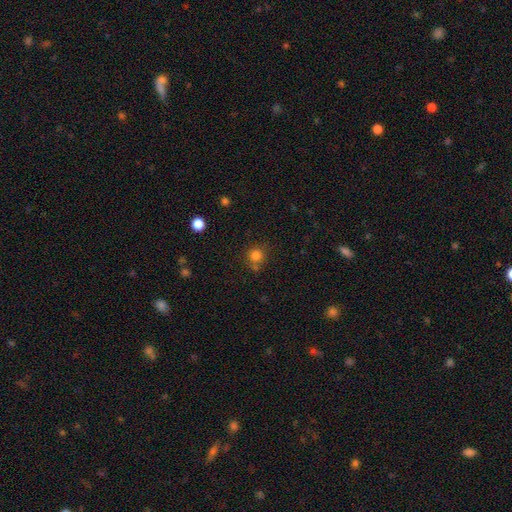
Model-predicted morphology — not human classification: Smooth or featured? smooth (81%)
How rounded? round (91%)
Merging? none (70%)